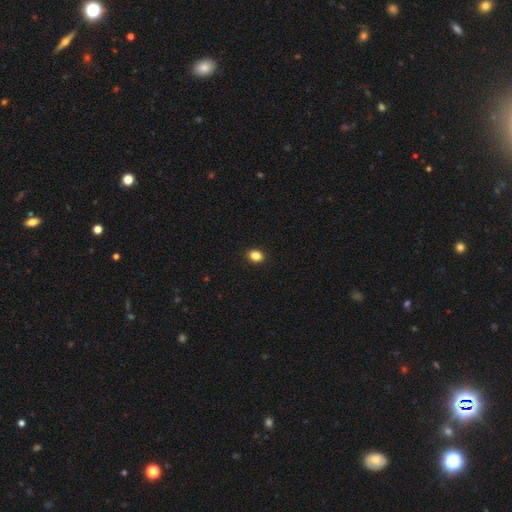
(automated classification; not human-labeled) Smooth or featured: smooth — 85% (star or artifact — 10%)
How rounded: in between — 63% (round — 36%)
Merging: none — 91% (minor disturbance — 7%)